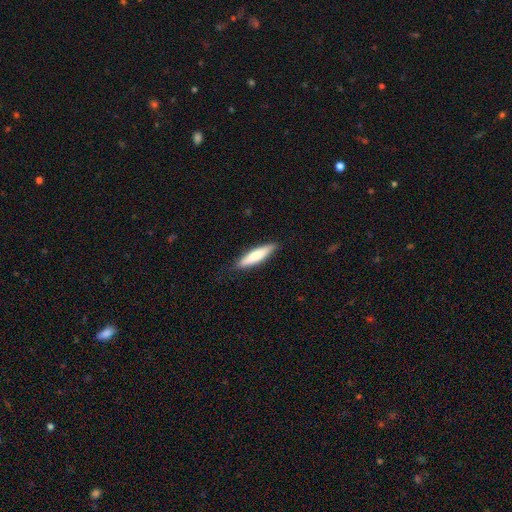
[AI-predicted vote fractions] A smooth galaxy with no disk features (76%) that is cigar-shaped (78%).

Vote fractions:
- Smooth or featured? smooth: 76% / featured or disk: 19% / star or artifact: 5%
- How rounded? cigar-shaped: 78% / in between: 21% / round: 1%
- Merging? none: 84% / minor disturbance: 13% / major disturbance: 2% / merger: 1%